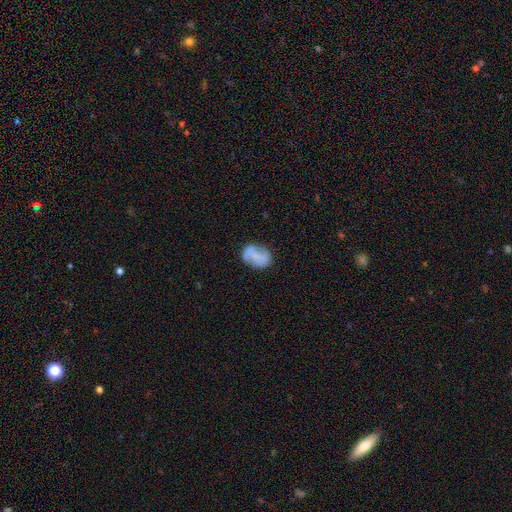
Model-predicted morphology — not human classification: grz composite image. It shows a featured or disk galaxy (48%). Merging: none (66%).